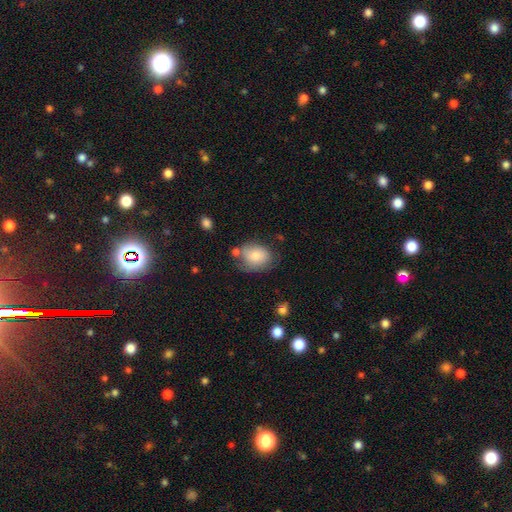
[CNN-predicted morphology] Smooth or featured? Predicted: smooth (p=0.79). How rounded? Predicted: in between (p=0.61). Merging? Predicted: none (p=0.52).